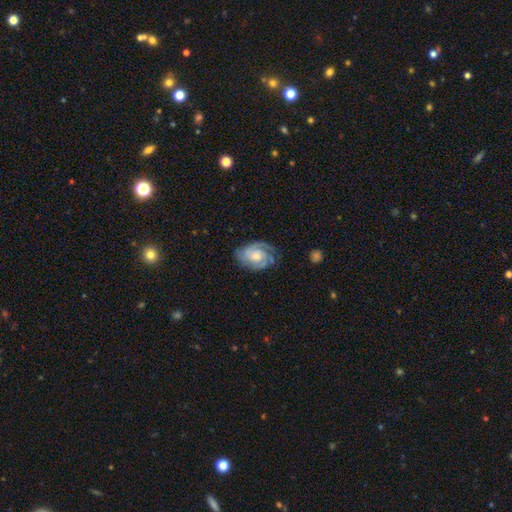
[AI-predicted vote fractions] Overall: featured or disk (79%). Edge-on disk: no (97%). Bar: no (70%). Spiral arms: yes (95%). Spiral arm count: 2 (36%; 3 26%). Spiral winding: tight (61%; medium 32%). Bulge size: moderate (54%; small 23%). Merging: none (71%).